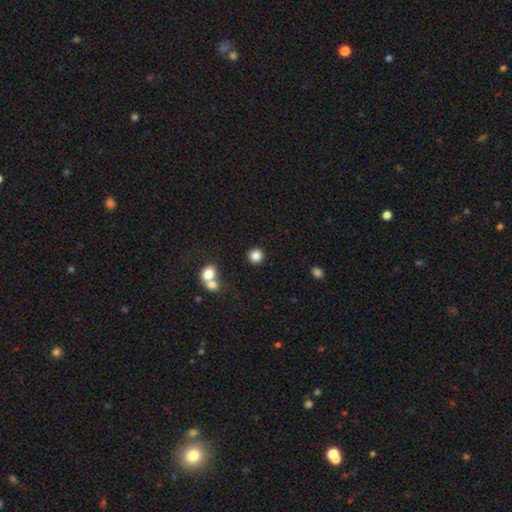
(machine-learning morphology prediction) Q: Smooth or featured?
A: smooth (84%); runner-up: star or artifact (11%)
Q: How rounded?
A: round (93%); runner-up: in between (6%)
Q: Merging?
A: none (86%); runner-up: merger (6%)